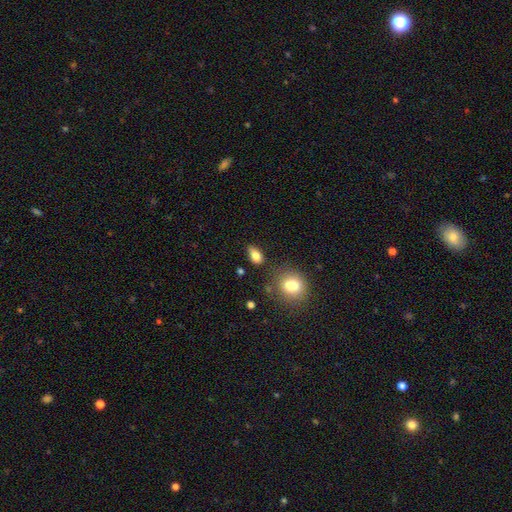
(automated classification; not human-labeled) Q: Smooth or featured?
A: smooth (80%); runner-up: featured or disk (10%)
Q: How rounded?
A: in between (83%); runner-up: round (12%)
Q: Merging?
A: none (66%); runner-up: minor disturbance (22%)